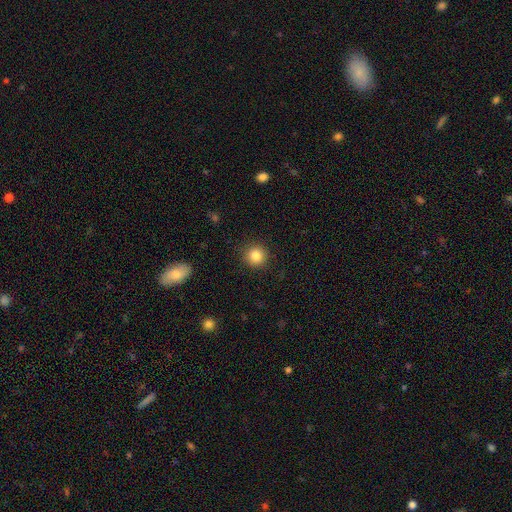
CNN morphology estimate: Smooth or featured: smooth — 85% (star or artifact — 11%)
How rounded: round — 94% (in between — 5%)
Merging: none — 90% (minor disturbance — 6%)